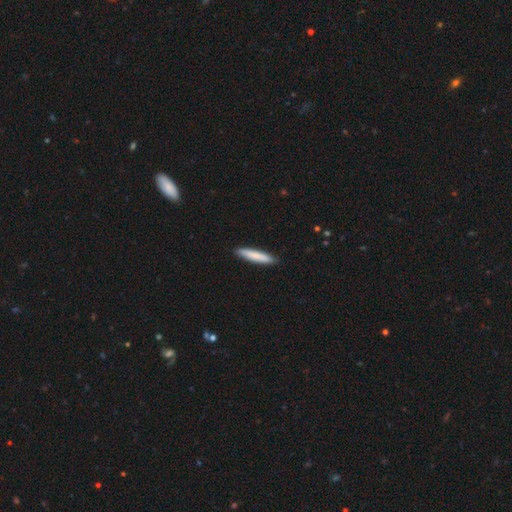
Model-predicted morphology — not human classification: A smooth galaxy with no disk features (80%) that is cigar-shaped (91%).

Vote fractions:
- Smooth or featured? smooth: 80% / featured or disk: 14% / star or artifact: 5%
- How rounded? cigar-shaped: 91% / in between: 8% / round: 1%
- Merging? none: 90% / minor disturbance: 8% / major disturbance: 1% / merger: 1%